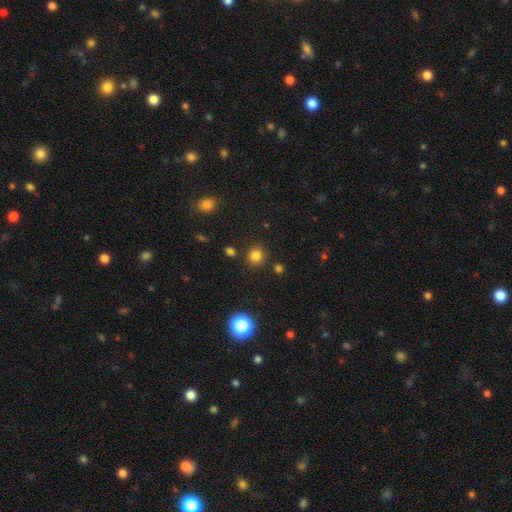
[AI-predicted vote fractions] Smooth or featured: smooth — 81% (star or artifact — 15%)
How rounded: round — 90% (in between — 9%)
Merging: none — 87% (minor disturbance — 7%)